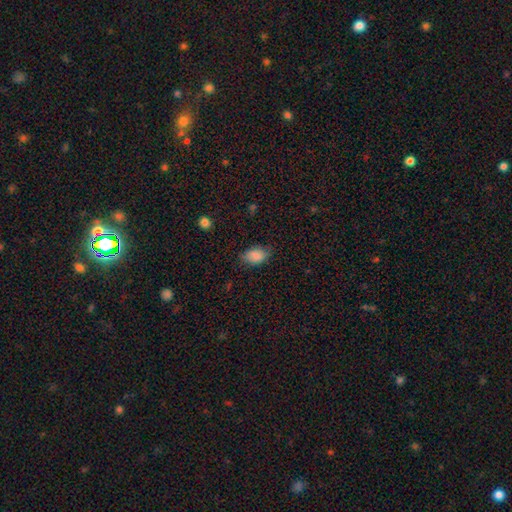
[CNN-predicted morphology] Overall: smooth (83%). How rounded: in between (88%). Merging: none (71%).